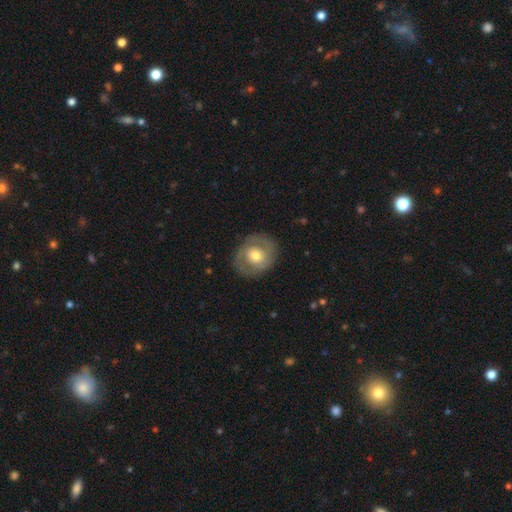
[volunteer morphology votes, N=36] Volunteers were most divided on "spiral winding": tight: 56%, medium: 33%, loose: 11%. More confident: edge-on disk — no (96%); spiral arm count — 2 (94%); merging — none (91%); spiral arms — yes (75%); bulge size — moderate (75%); smooth or featured — featured or disk (69%); bar — no (58%).